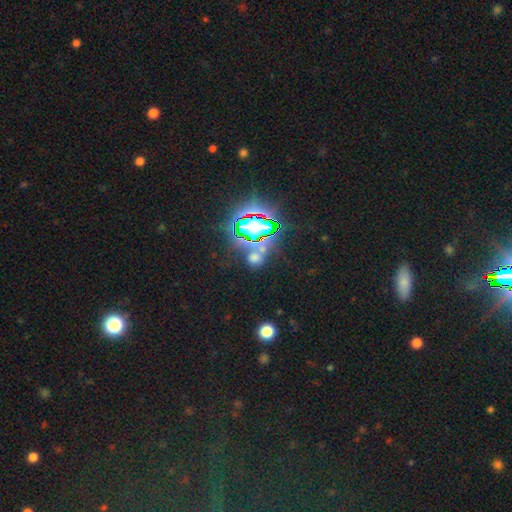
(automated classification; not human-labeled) Smooth or featured?
  - star or artifact: 57% *
  - smooth: 34%
  - featured or disk: 9%